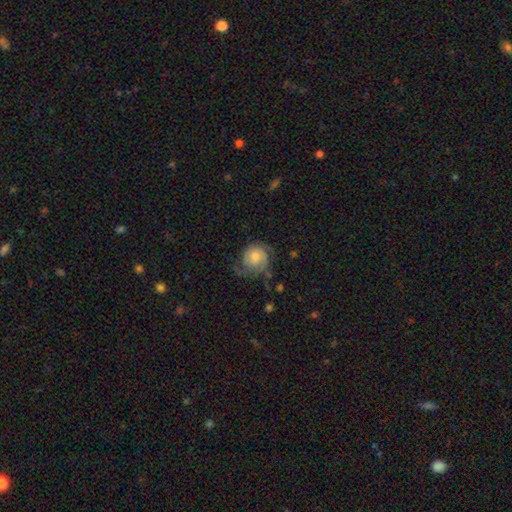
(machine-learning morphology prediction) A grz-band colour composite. It shows a featured or disk galaxy (57%) with no bar (76%), spiral arms (88%) and a moderate central bulge (46%). Merging: none (55%).